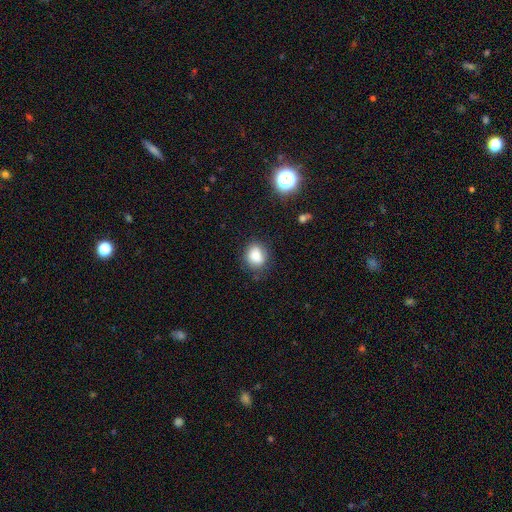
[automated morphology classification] smooth 84%, star or artifact 10%, featured or disk 6%. Down the decision tree: how rounded — round (54%); merging — none (75%).